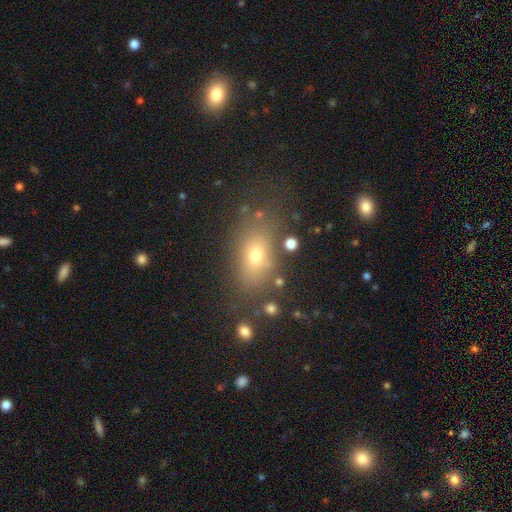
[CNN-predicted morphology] Smooth or featured: smooth — 65% (star or artifact — 20%)
How rounded: in between — 78% (round — 17%)
Merging: none — 77% (minor disturbance — 12%)